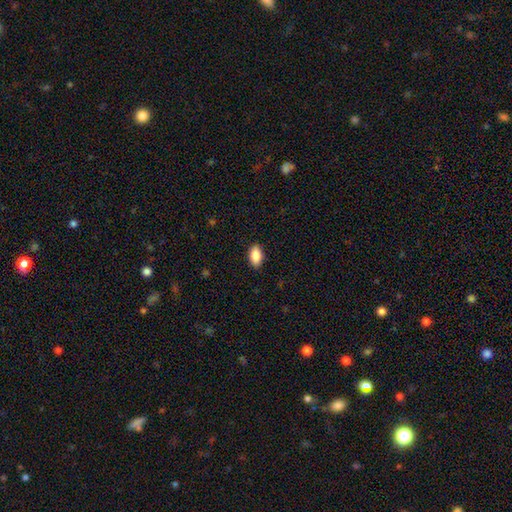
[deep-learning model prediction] This appears to be a smooth galaxy with no disk features (86%) that is in between round and cigar-shaped (92%). Merging: none (89%).